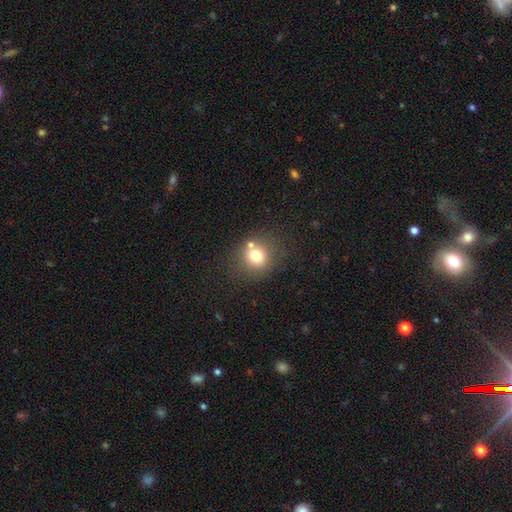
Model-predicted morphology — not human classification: Q: Smooth or featured?
A: smooth (75%); runner-up: star or artifact (13%)
Q: How rounded?
A: round (83%); runner-up: in between (16%)
Q: Merging?
A: none (66%); runner-up: merger (17%)